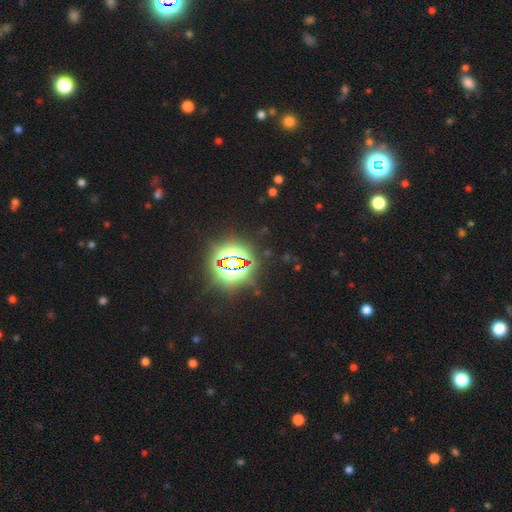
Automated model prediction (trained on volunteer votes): smooth-or-featured: star or artifact: 83% | smooth: 10% | featured or disk: 7%